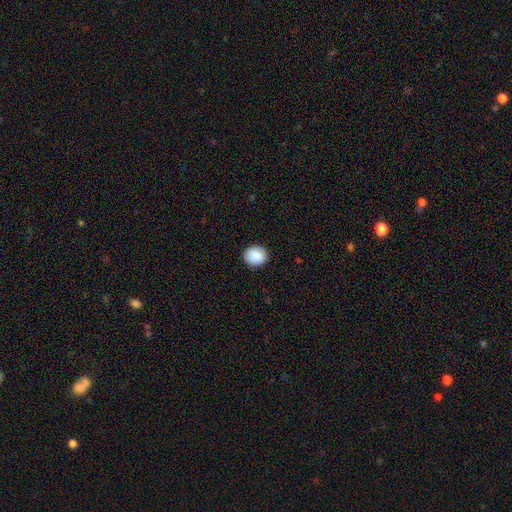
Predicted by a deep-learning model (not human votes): A smooth galaxy with no disk features (88%) that is round (78%). Merging: none (91%).